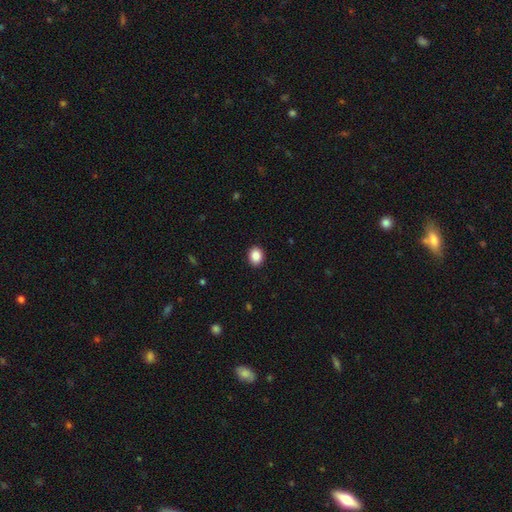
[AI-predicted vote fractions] smooth_or_featured: smooth (p=0.88) [alt: star or artifact p=0.09]
how_rounded: round (p=0.51) [alt: in between p=0.48]
merging: none (p=0.91) [alt: minor disturbance p=0.06]